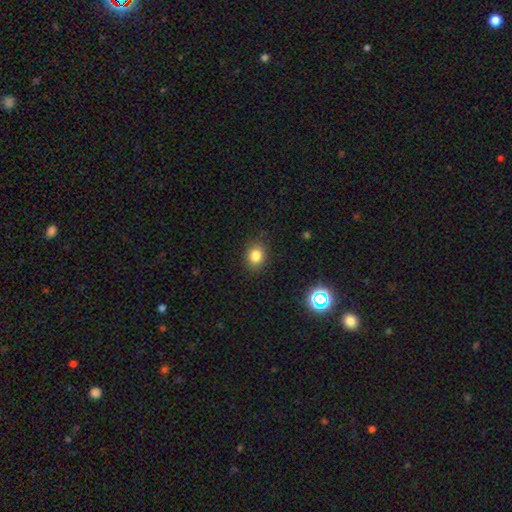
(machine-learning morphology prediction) Smooth or featured: smooth — 81% (star or artifact — 12%)
How rounded: round — 51% (in between — 48%)
Merging: none — 83% (minor disturbance — 12%)